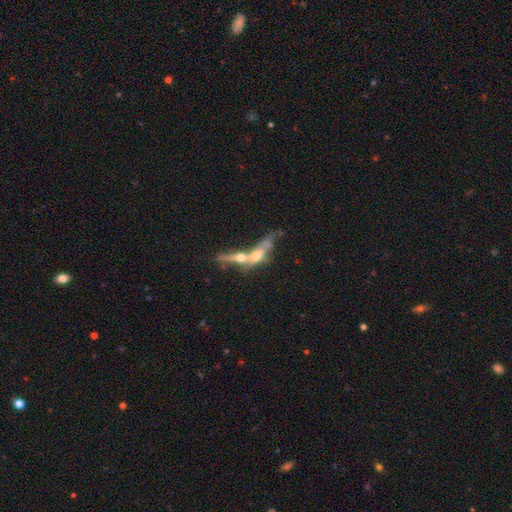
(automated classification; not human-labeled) smooth_or_featured: featured or disk (p=0.46) [alt: smooth p=0.33]
merging: merger (p=0.54) [alt: none p=0.26]